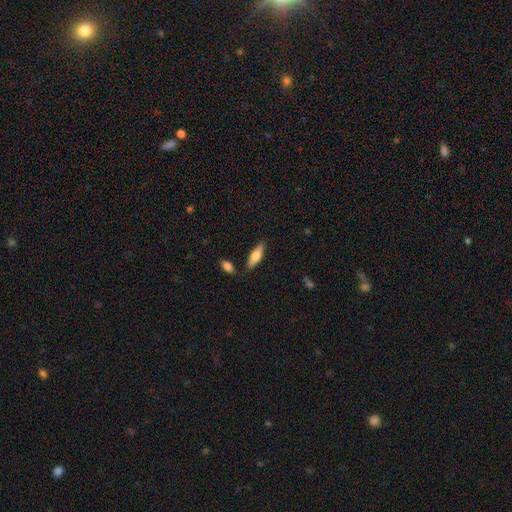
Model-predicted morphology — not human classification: smooth 73%, featured or disk 21%, star or artifact 6%. Down the decision tree: how rounded — in between (57%); merging — none (81%).